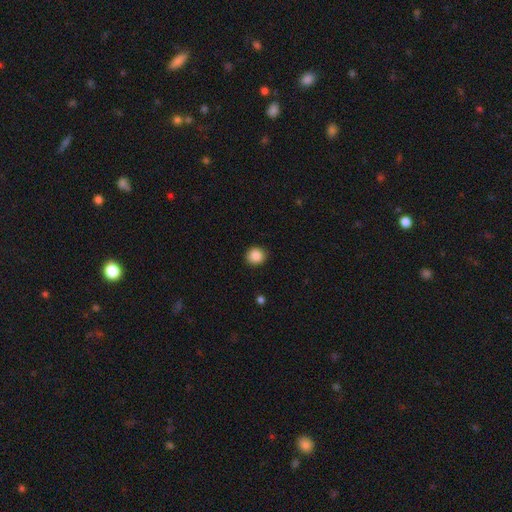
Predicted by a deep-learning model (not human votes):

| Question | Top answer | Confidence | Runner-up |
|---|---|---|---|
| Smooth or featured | smooth | 88% | star or artifact (9%) |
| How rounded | round | 86% | in between (13%) |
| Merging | none | 90% | minor disturbance (7%) |